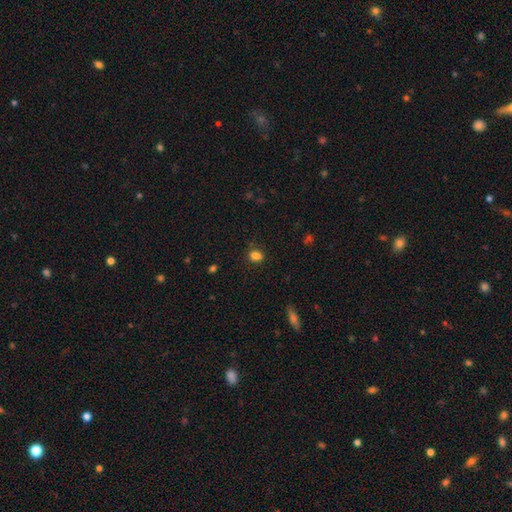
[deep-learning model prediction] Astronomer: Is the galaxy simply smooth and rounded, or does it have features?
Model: smooth — 80%.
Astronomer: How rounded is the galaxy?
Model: in between — 56% (runner-up: round, 42%).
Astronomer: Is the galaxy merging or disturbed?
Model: none — 73%.